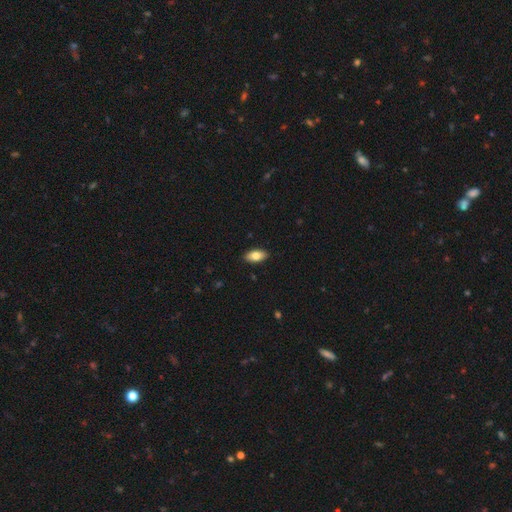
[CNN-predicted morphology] Smooth or featured?
  - smooth: 80% *
  - featured or disk: 14%
  - star or artifact: 7%
How rounded?
  - in between: 91% *
  - cigar-shaped: 6%
  - round: 3%
Merging?
  - none: 90% *
  - minor disturbance: 8%
  - major disturbance: 2%
  - merger: 1%